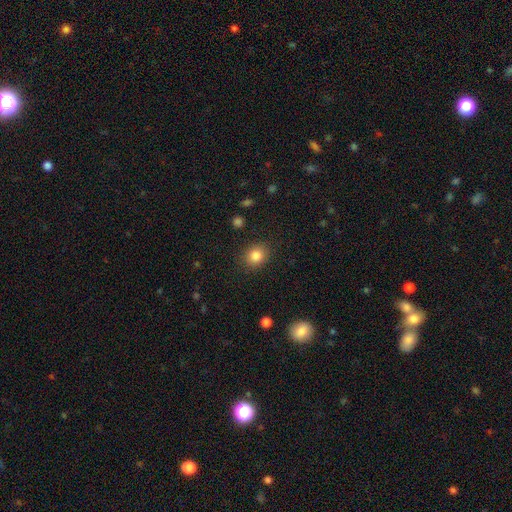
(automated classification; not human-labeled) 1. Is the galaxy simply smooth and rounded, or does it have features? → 85% smooth, 10% star or artifact, 5% featured or disk.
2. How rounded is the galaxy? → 67% round, 32% in between, 1% cigar-shaped.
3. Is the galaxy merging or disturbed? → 88% none, 8% minor disturbance, 3% major disturbance, 1% merger.